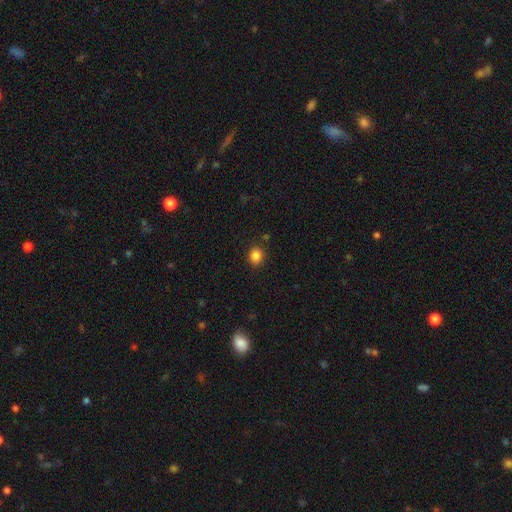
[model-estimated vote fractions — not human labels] Smooth or featured?
  - smooth: 85% *
  - star or artifact: 11%
  - featured or disk: 4%
How rounded?
  - round: 79% *
  - in between: 20%
  - cigar-shaped: 1%
Merging?
  - none: 89% *
  - minor disturbance: 7%
  - major disturbance: 2%
  - merger: 2%